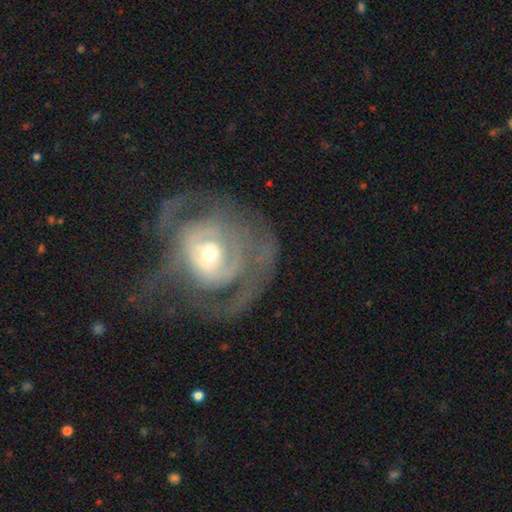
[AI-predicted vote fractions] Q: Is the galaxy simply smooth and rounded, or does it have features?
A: featured or disk — 75%.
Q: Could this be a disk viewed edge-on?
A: no — 96%.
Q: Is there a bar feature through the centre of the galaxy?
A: no — 62%.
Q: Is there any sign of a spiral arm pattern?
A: yes — 65%.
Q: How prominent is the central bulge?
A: moderate — 53%.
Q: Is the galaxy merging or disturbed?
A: major disturbance — 40%.